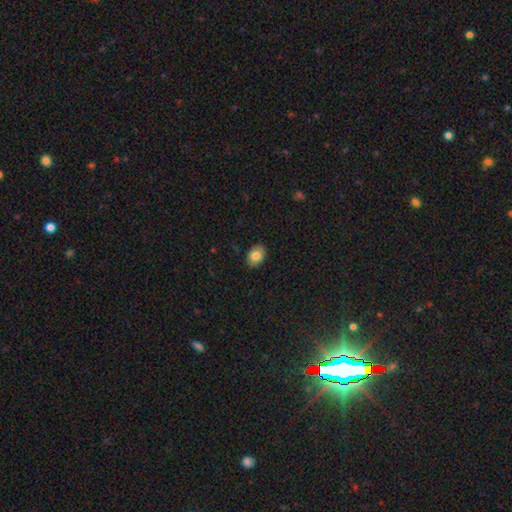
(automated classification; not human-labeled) Smooth or featured: smooth — 83% (featured or disk — 9%)
How rounded: in between — 80% (round — 19%)
Merging: none — 88% (minor disturbance — 9%)